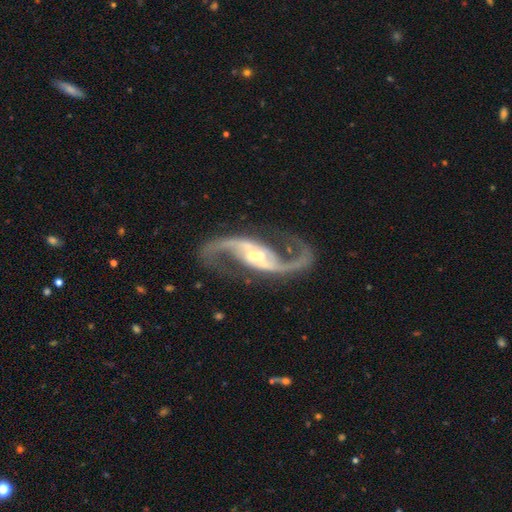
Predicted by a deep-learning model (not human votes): Overall: featured or disk (94%). Edge-on disk: no (97%). Bar: strong (45%; weak 39%). Spiral arms: yes (98%). Spiral arm count: 2 (95%). Spiral winding: loose (63%; medium 31%). Bulge size: moderate (54%; small 31%). Merging: none (81%).